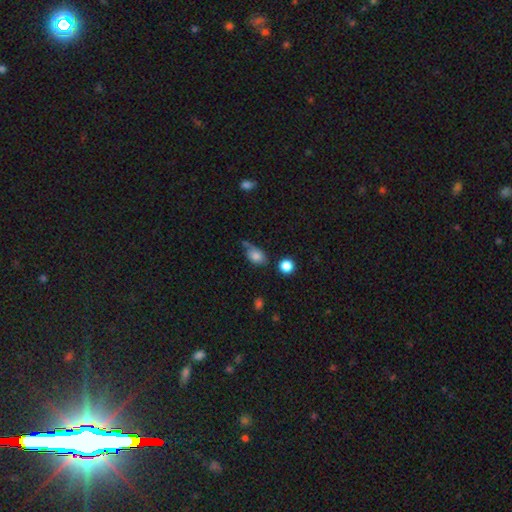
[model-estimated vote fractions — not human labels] A smooth galaxy with no disk features (78%) that is in between round and cigar-shaped (77%).

Vote fractions:
- Smooth or featured? smooth: 78% / star or artifact: 11% / featured or disk: 11%
- How rounded? in between: 77% / round: 21% / cigar-shaped: 2%
- Merging? none: 47% / minor disturbance: 30% / merger: 12% / major disturbance: 12%